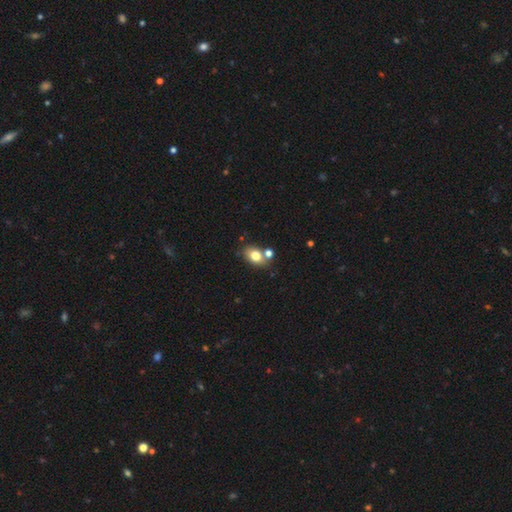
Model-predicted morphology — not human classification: Smooth or featured?
  - smooth: 77% *
  - featured or disk: 12%
  - star or artifact: 10%
How rounded?
  - in between: 75% *
  - round: 23%
  - cigar-shaped: 2%
Merging?
  - none: 62% *
  - merger: 21%
  - minor disturbance: 13%
  - major disturbance: 4%